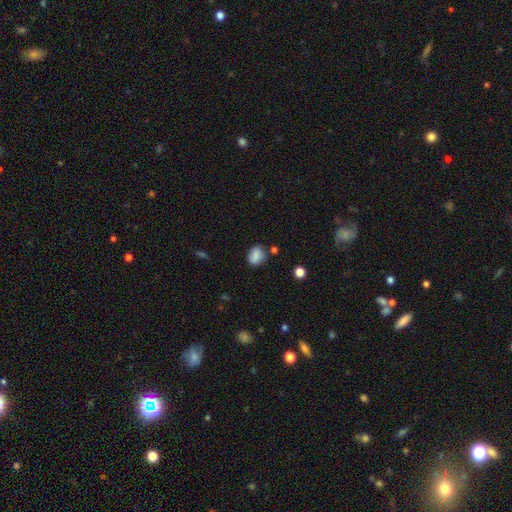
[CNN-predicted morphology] smooth_or_featured: smooth (p=0.80) [alt: featured or disk p=0.10]
how_rounded: in between (p=0.61) [alt: round p=0.37]
merging: none (p=0.68) [alt: minor disturbance p=0.21]